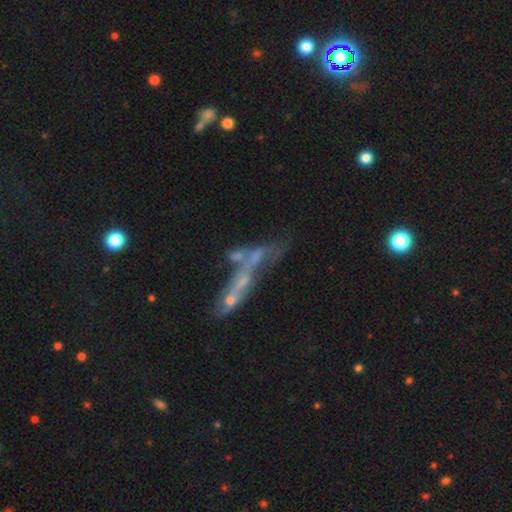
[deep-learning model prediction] Smooth or featured: featured or disk — 52% (smooth — 30%)
Edge-on disk: no — 76% (yes — 24%)
Merging: merger — 58% (major disturbance — 17%)